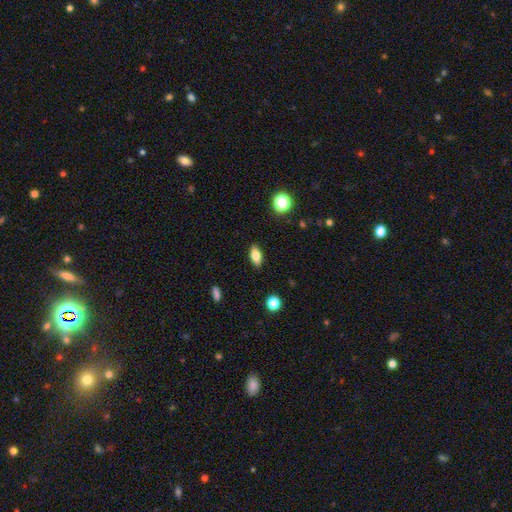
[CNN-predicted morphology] smooth_or_featured: smooth (p=0.76) [alt: featured or disk p=0.15]
how_rounded: in between (p=0.84) [alt: cigar-shaped p=0.11]
merging: none (p=0.88) [alt: minor disturbance p=0.09]